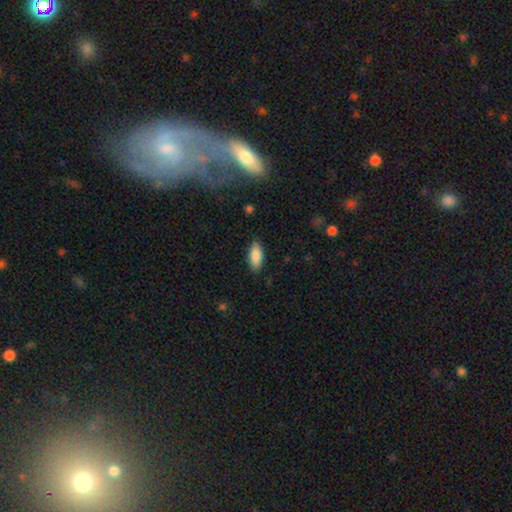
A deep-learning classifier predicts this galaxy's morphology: The model was most divided on "how rounded": in between: 86%, cigar-shaped: 12%, round: 2%. More confident: smooth or featured — smooth (87%); merging — none (85%).